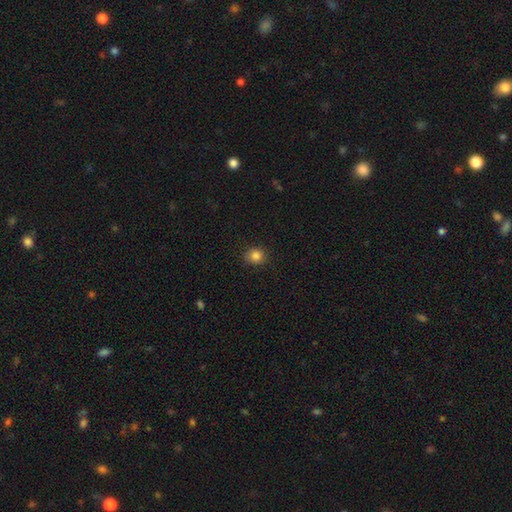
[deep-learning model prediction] Smooth or featured? smooth (85%)
How rounded? round (80%)
Merging? none (86%)